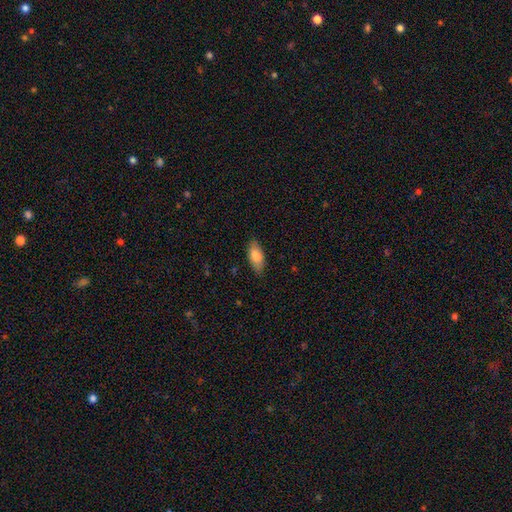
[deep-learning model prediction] smooth 82%, featured or disk 12%, star or artifact 6%. Down the decision tree: how rounded — in between (86%); merging — none (83%).